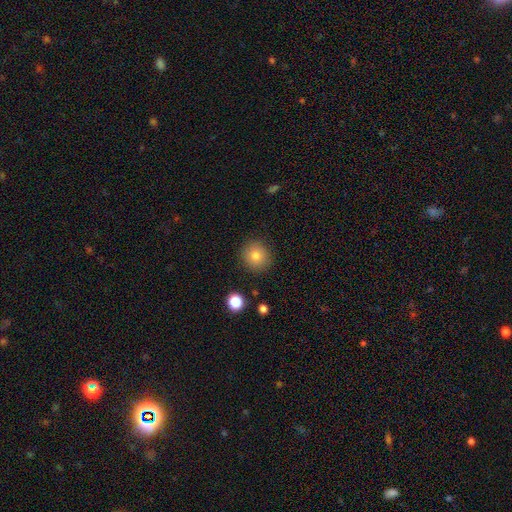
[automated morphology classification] smooth-or-featured: smooth: 82% | star or artifact: 10% | featured or disk: 8%
  how-rounded: round: 92% | in between: 7% | cigar-shaped: 1%
  merging: none: 90% | minor disturbance: 6% | major disturbance: 2% | merger: 1%